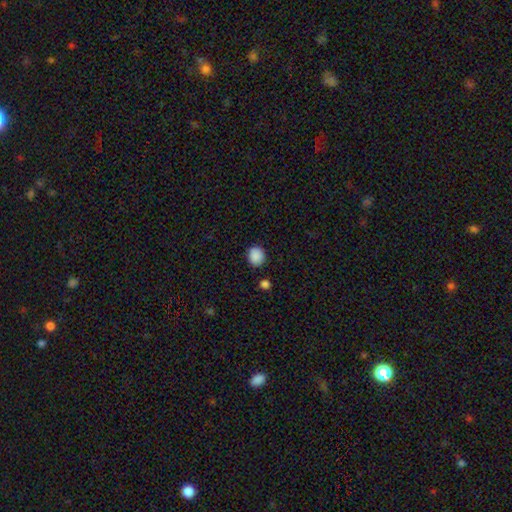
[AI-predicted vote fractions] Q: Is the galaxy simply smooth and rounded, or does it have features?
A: smooth — 89%.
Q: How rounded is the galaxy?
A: round — 76%.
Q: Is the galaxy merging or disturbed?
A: none — 86%.